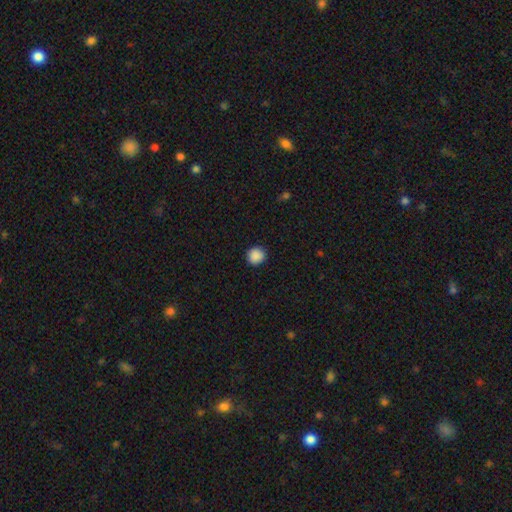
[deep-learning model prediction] Smooth or featured: smooth — 89% (star or artifact — 9%)
How rounded: round — 91% (in between — 8%)
Merging: none — 91% (minor disturbance — 6%)